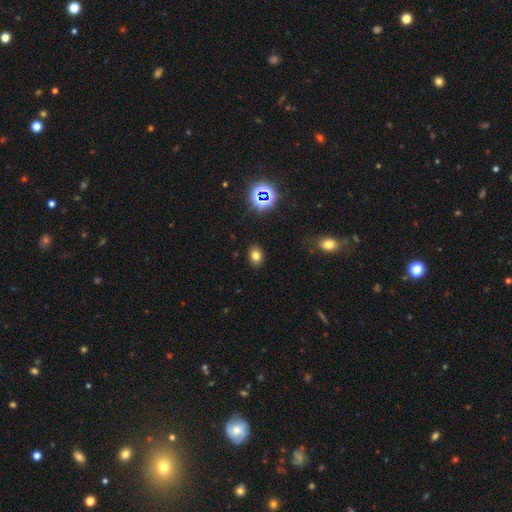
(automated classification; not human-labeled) A smooth galaxy with no disk features (74%) that is in between round and cigar-shaped (63%). Merging: none (88%).